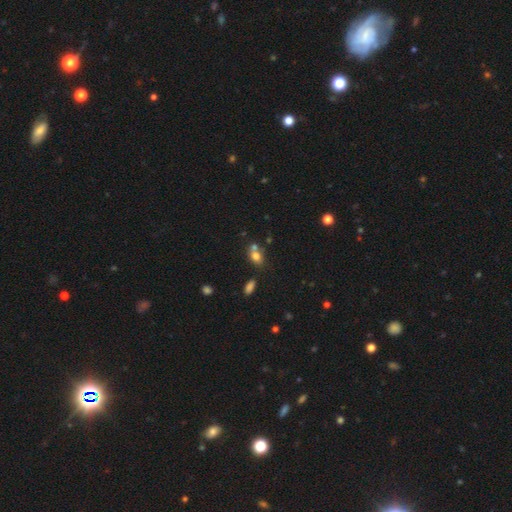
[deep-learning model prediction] This is likely a smooth galaxy (74%). How rounded: possibly in between (55%). Merging: marginally none (42%, tied with merger).